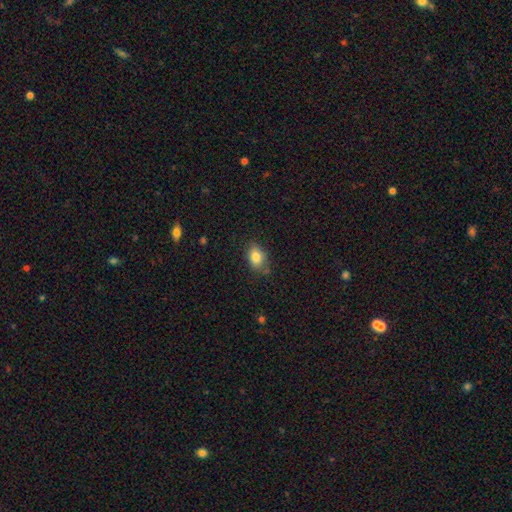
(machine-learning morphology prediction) This is clearly a smooth galaxy (83%). How rounded: likely in between (79%). Merging: likely none (73%).